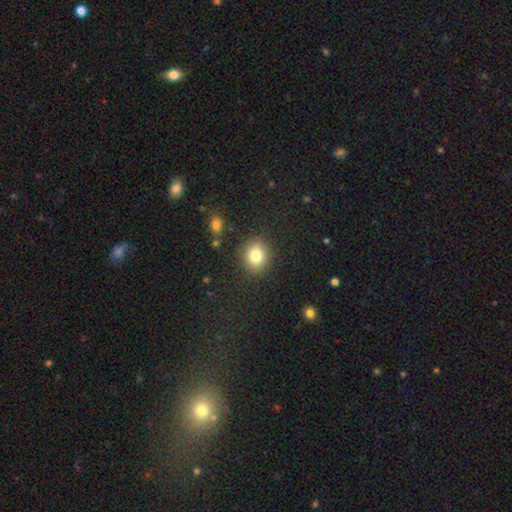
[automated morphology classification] Smooth or featured: smooth — 81% (star or artifact — 11%)
How rounded: round — 73% (in between — 26%)
Merging: none — 87% (minor disturbance — 8%)